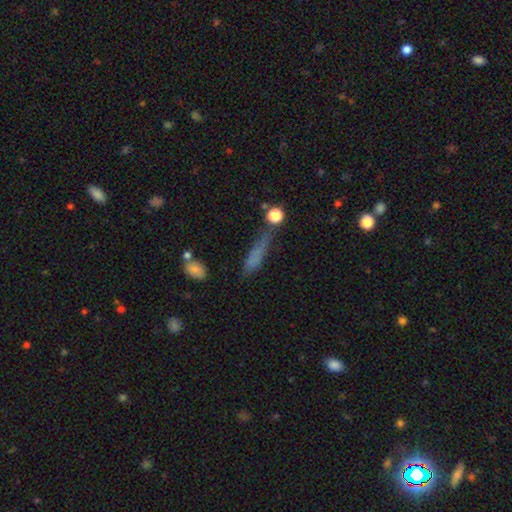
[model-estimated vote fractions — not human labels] Overall: smooth (64%). How rounded: cigar-shaped (76%). Merging: none (50%; minor disturbance 26%).